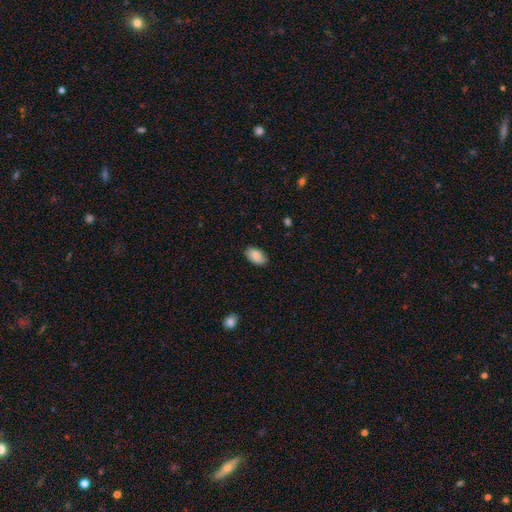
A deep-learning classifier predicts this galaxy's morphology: A smooth galaxy with no disk features (86%) that is in between round and cigar-shaped (94%).

Vote fractions:
- Smooth or featured? smooth: 86% / featured or disk: 8% / star or artifact: 7%
- How rounded? in between: 94% / round: 4% / cigar-shaped: 1%
- Merging? none: 84% / minor disturbance: 13% / major disturbance: 2% / merger: 1%